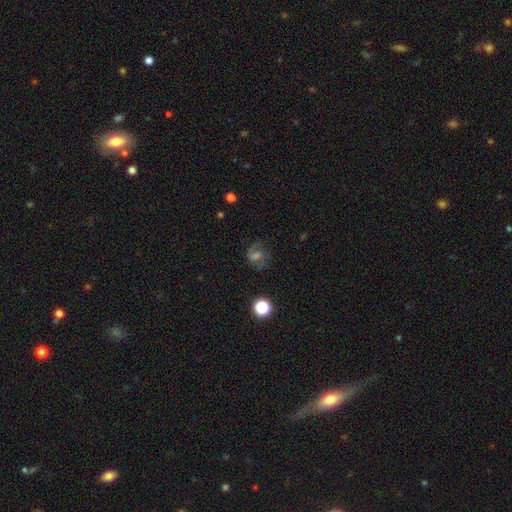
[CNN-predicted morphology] Smooth or featured: featured or disk — 59% (smooth — 22%)
Edge-on disk: no — 97% (yes — 3%)
Bar: weak — 51% (no — 33%)
Spiral arms: yes — 89% (no — 11%)
Spiral winding: medium — 51% (loose — 26%)
Spiral arm count: 2 — 75% (can't tell — 11%)
Bulge size: moderate — 41% (small — 37%)
Merging: none — 73% (minor disturbance — 15%)